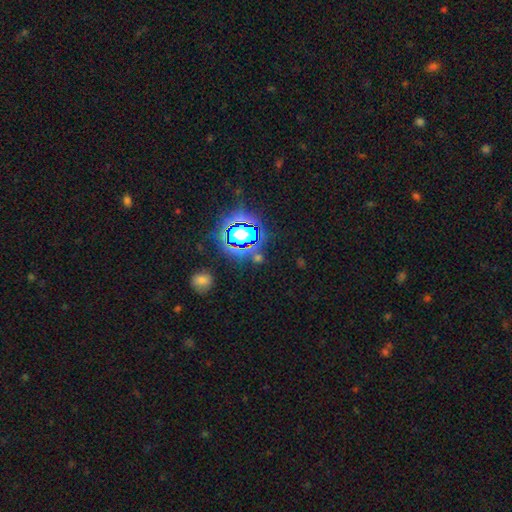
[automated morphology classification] This appears to be a star or artifact, not a galaxy (71%).